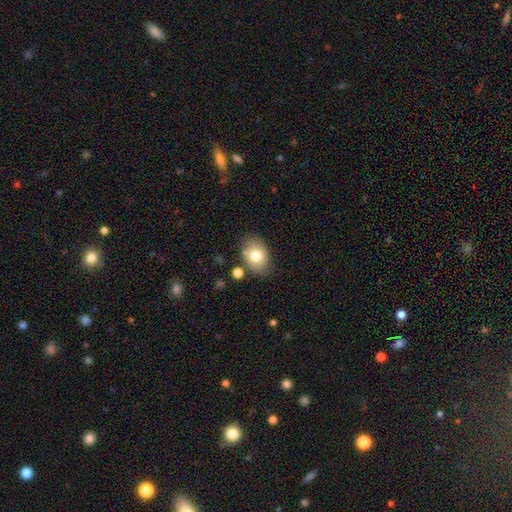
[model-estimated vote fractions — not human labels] A smooth galaxy with no disk features (78%) that is in between round and cigar-shaped (75%). Merging: none (75%).